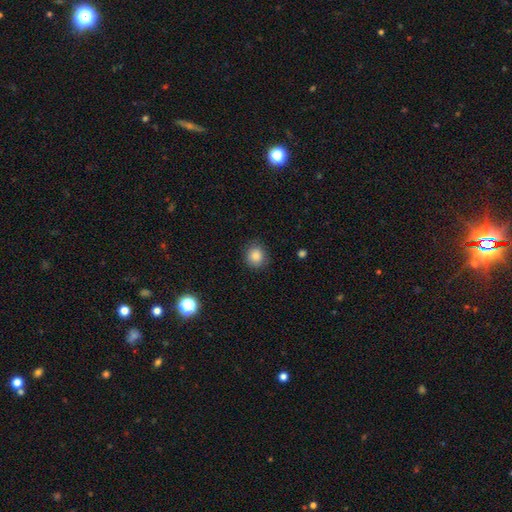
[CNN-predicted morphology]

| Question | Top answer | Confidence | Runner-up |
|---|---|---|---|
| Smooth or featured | smooth | 85% | star or artifact (10%) |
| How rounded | round | 85% | in between (14%) |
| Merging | none | 87% | minor disturbance (10%) |